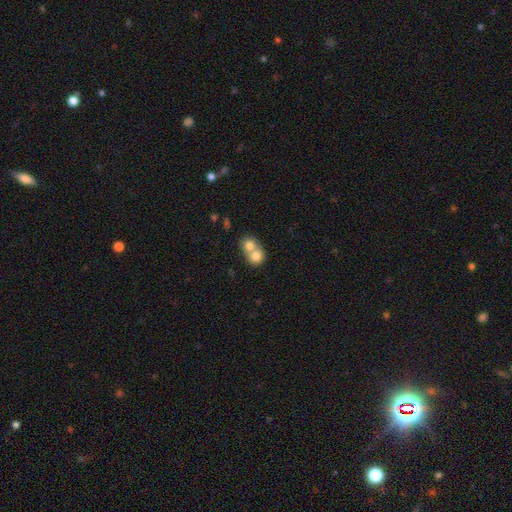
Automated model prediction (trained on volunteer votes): Q: Smooth or featured?
A: smooth (74%); runner-up: featured or disk (17%)
Q: How rounded?
A: round (74%); runner-up: in between (25%)
Q: Merging?
A: merger (72%); runner-up: none (22%)